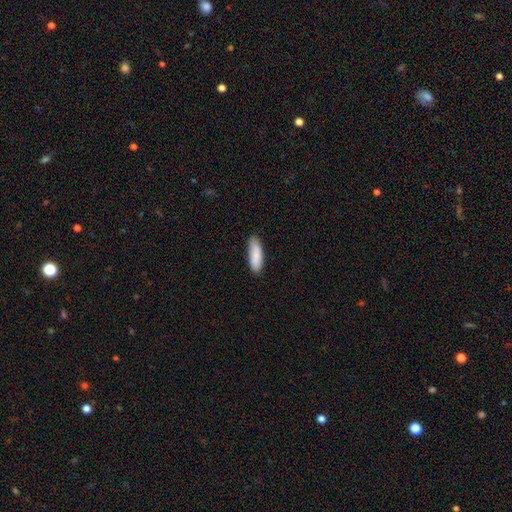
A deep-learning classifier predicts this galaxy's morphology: Smooth or featured? smooth (86%)
How rounded? in between (53%)
Merging? none (85%)